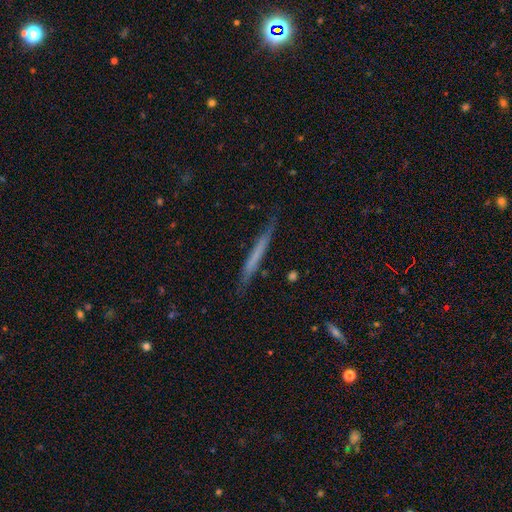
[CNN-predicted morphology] A smooth galaxy with no disk features (52%) that is cigar-shaped (96%).

Vote fractions:
- Smooth or featured? smooth: 52% / featured or disk: 42% / star or artifact: 7%
- How rounded? cigar-shaped: 96% / in between: 2% / round: 1%
- Merging? none: 80% / minor disturbance: 15% / major disturbance: 3% / merger: 2%